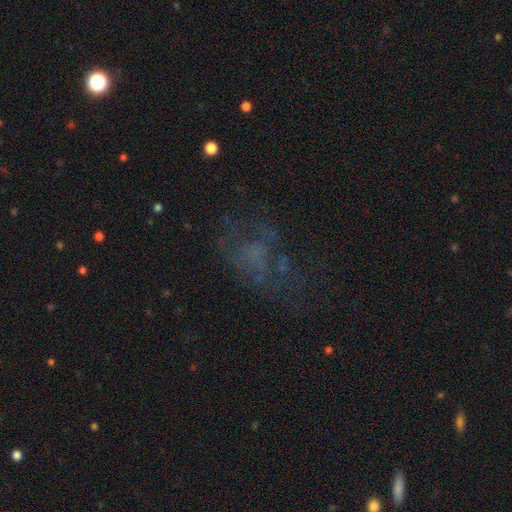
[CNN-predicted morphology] type=featured or disk (43%); merging=none (45%).